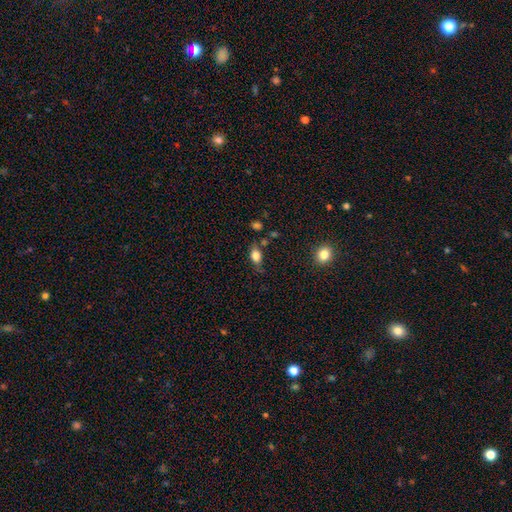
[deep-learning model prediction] Morphology: type=smooth (79%); roundness=in between (75%); merging=none (65%).